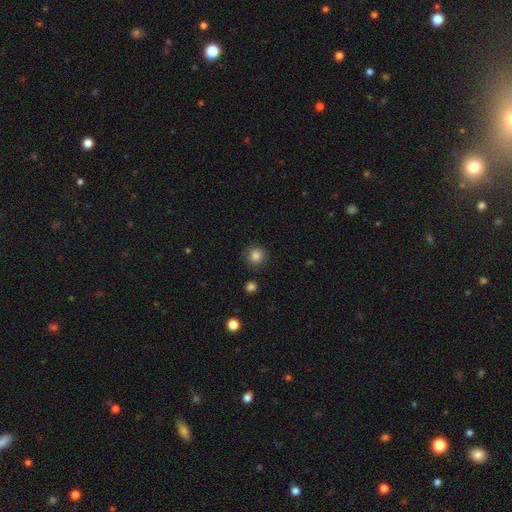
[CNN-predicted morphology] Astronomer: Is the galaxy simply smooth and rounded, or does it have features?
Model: smooth — 85%.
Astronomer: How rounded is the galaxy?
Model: round — 92%.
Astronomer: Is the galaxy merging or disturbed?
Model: none — 87%.